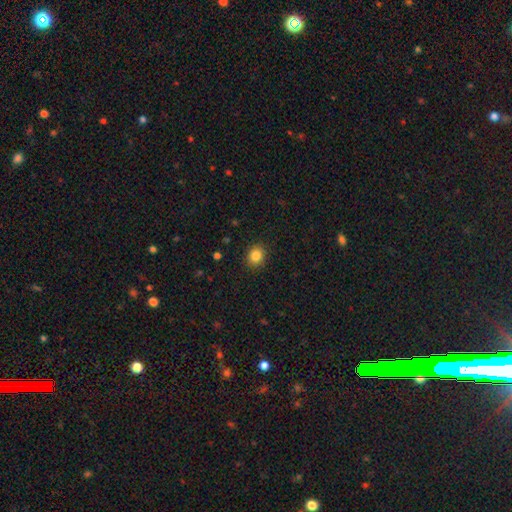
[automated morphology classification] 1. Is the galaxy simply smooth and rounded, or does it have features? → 84% smooth, 11% star or artifact, 5% featured or disk.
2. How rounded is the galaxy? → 72% round, 28% in between, 1% cigar-shaped.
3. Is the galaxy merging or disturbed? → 90% none, 7% minor disturbance, 2% major disturbance, 1% merger.